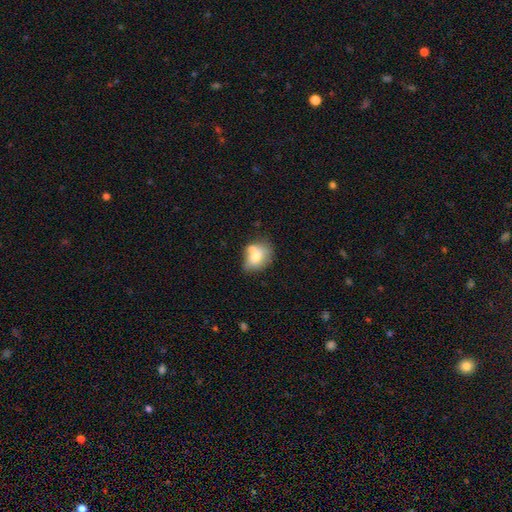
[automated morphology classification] Smooth or featured?
  - smooth: 67% *
  - featured or disk: 25%
  - star or artifact: 9%
How rounded?
  - in between: 58% *
  - round: 41%
  - cigar-shaped: 1%
Merging?
  - none: 43% *
  - merger: 29%
  - minor disturbance: 21%
  - major disturbance: 7%